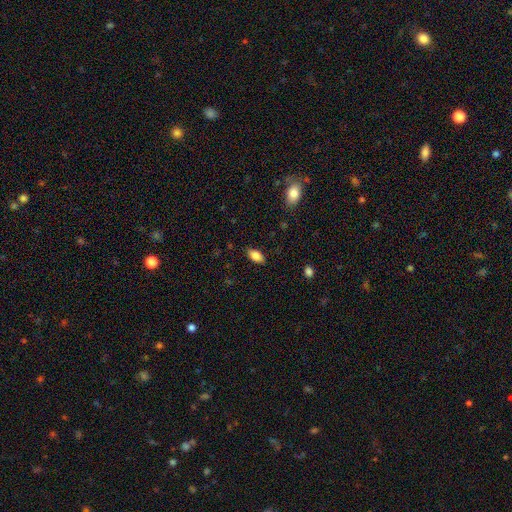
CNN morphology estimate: The model was most divided on "merging": none: 86%, minor disturbance: 11%, major disturbance: 3%, merger: 1%. More confident: how rounded — in between (91%); smooth or featured — smooth (86%).